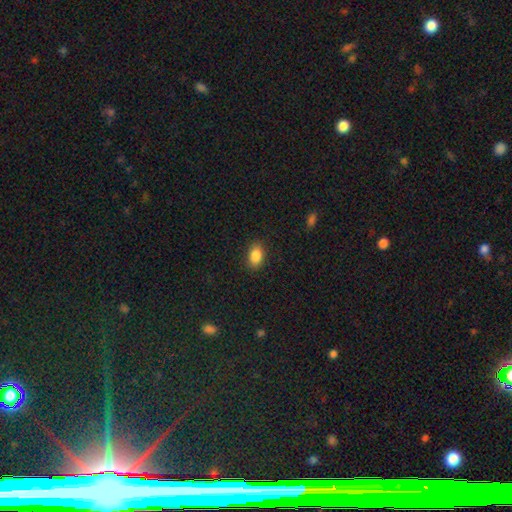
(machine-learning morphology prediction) This appears to be a smooth galaxy with no disk features (88%) that is in between round and cigar-shaped (87%). Merging: none (87%).